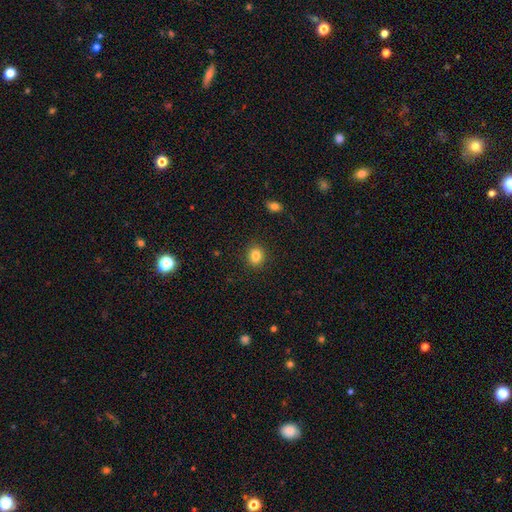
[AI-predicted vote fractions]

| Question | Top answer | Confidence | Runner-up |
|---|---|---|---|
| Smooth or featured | smooth | 84% | star or artifact (10%) |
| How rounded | round | 71% | in between (28%) |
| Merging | none | 90% | minor disturbance (7%) |